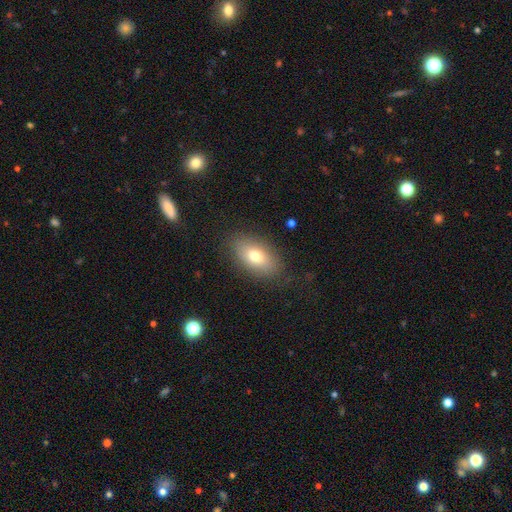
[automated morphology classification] Q: Smooth or featured?
A: smooth (74%); runner-up: featured or disk (17%)
Q: How rounded?
A: in between (89%); runner-up: round (8%)
Q: Merging?
A: none (82%); runner-up: minor disturbance (12%)